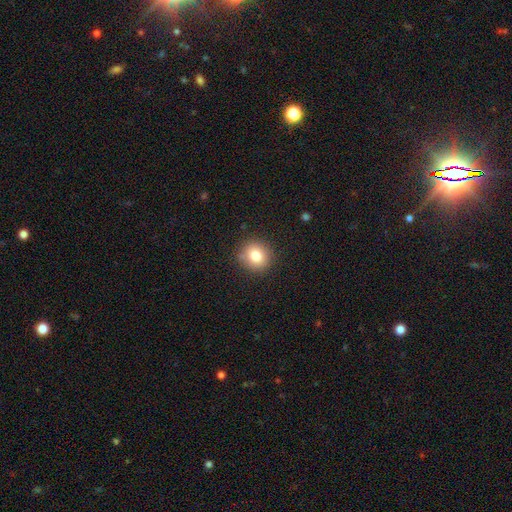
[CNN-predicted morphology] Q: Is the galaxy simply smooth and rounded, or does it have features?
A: smooth — 79%.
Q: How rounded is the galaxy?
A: round — 88%.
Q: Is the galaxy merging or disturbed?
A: none — 87%.